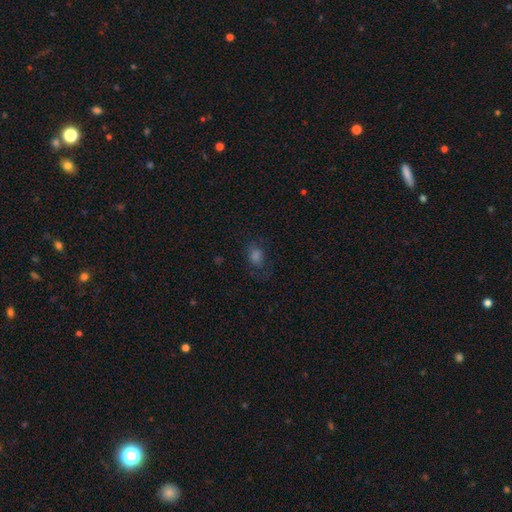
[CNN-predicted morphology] smooth_or_featured: smooth (p=0.60) [alt: star or artifact p=0.25]
how_rounded: in between (p=0.65) [alt: round p=0.33]
merging: none (p=0.66) [alt: minor disturbance p=0.19]